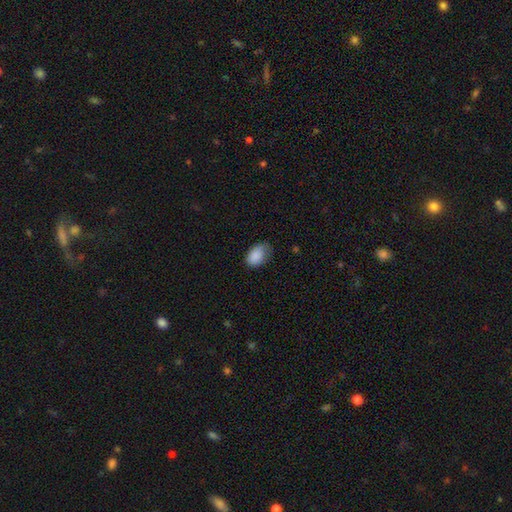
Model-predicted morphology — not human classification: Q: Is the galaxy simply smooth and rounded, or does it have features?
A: smooth — 87%.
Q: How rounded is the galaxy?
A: in between — 86%.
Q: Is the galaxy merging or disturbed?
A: none — 55%.